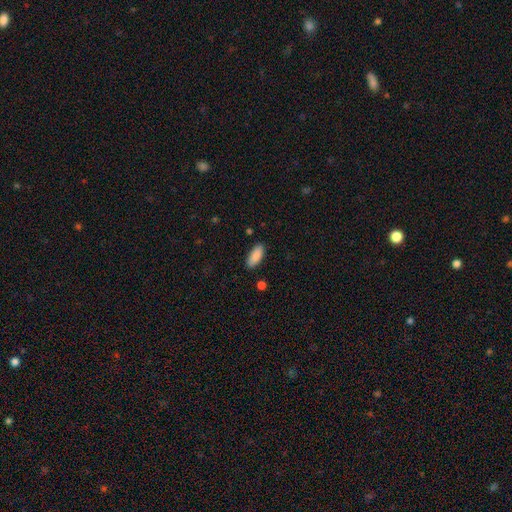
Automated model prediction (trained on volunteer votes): Morphology: type=smooth (89%); roundness=in between (82%); merging=none (86%).